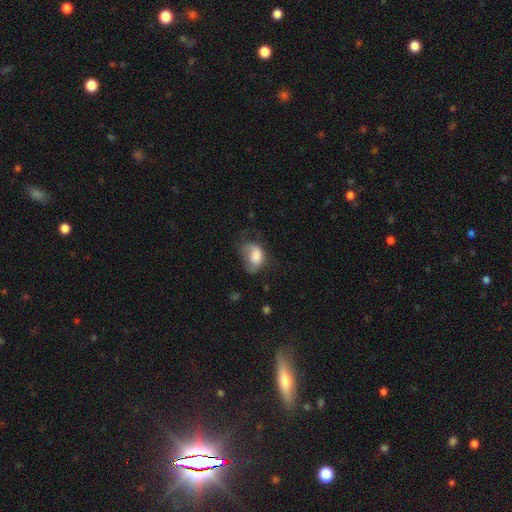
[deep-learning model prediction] A smooth galaxy with no disk features (70%) that is in between round and cigar-shaped (74%).

Vote fractions:
- Smooth or featured? smooth: 70% / featured or disk: 22% / star or artifact: 8%
- How rounded? in between: 74% / round: 25% / cigar-shaped: 1%
- Merging? major disturbance: 43% / minor disturbance: 30% / none: 25% / merger: 2%